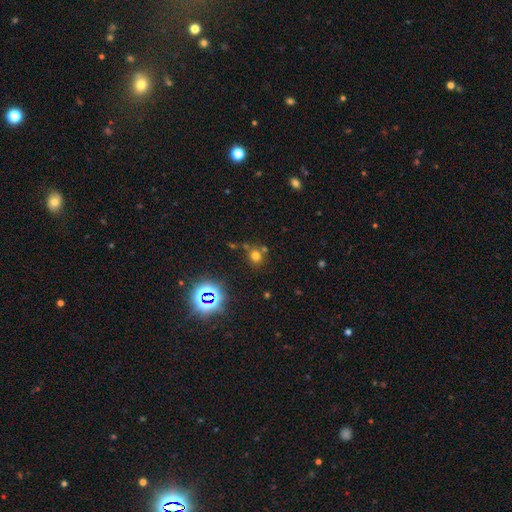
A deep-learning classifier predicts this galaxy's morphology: This appears to be a smooth galaxy with no disk features (64%) that is round (87%). Merging: none (68%).